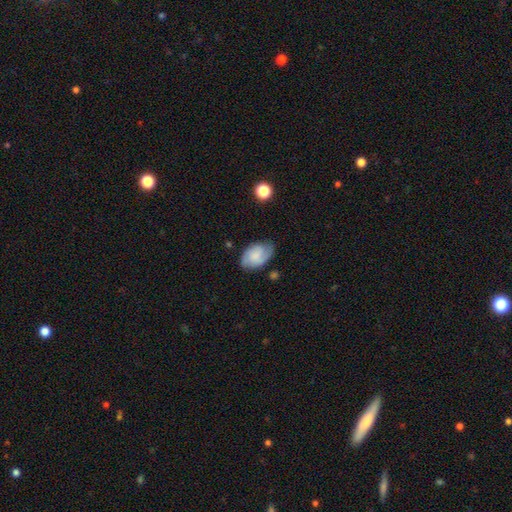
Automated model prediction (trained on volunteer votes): smooth 56%, featured or disk 36%, star or artifact 8%. Down the decision tree: how rounded — in between (88%); merging — none (68%).